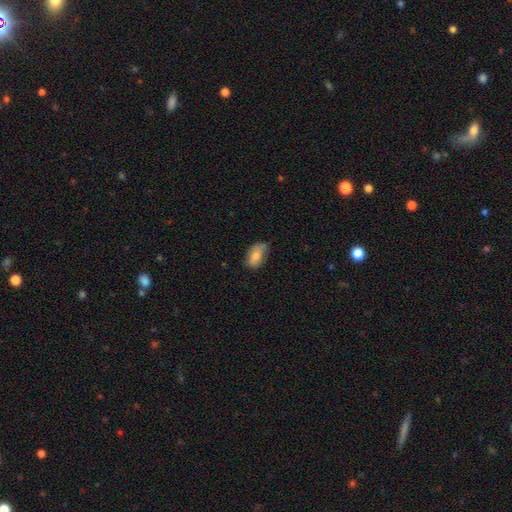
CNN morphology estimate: Smooth or featured? smooth (79%)
How rounded? in between (91%)
Merging? none (53%)